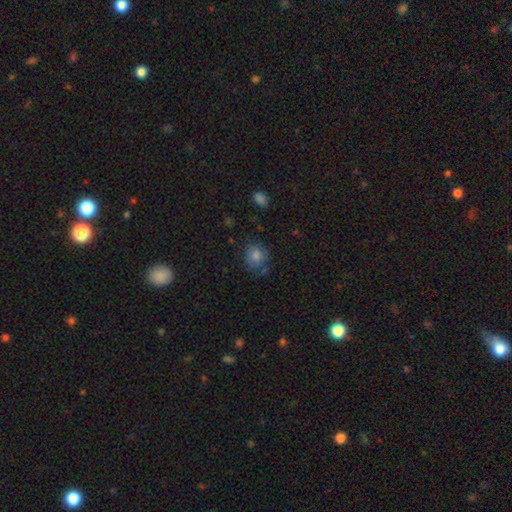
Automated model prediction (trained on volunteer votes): Overall: smooth (78%). How rounded: round (83%). Merging: none (75%).